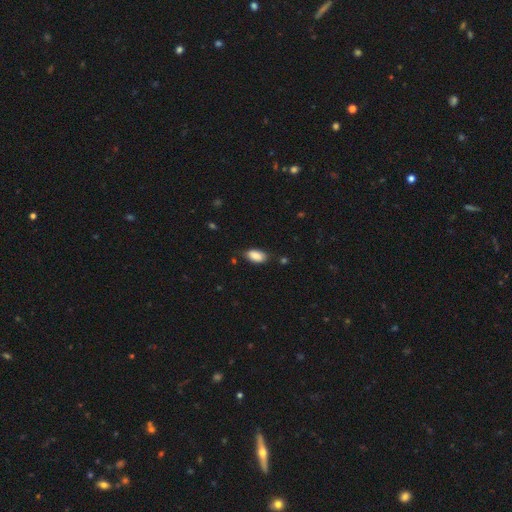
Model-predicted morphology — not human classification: The model was most divided on "merging": none: 76%, minor disturbance: 18%, major disturbance: 3%, merger: 2%. More confident: how rounded — in between (93%); smooth or featured — smooth (87%).